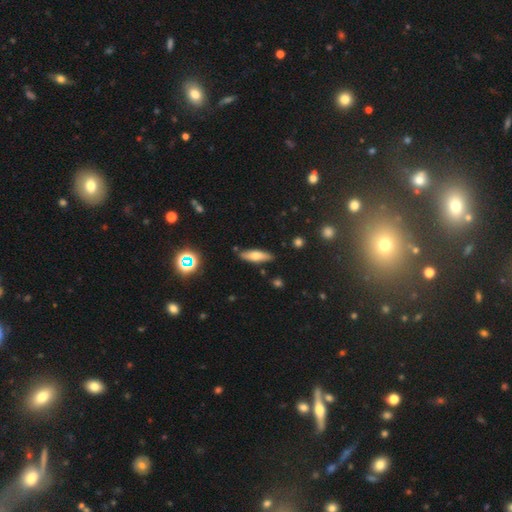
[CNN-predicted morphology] Overall: smooth (64%; featured or disk 27%). How rounded: cigar-shaped (55%; in between 42%). Merging: none (84%).